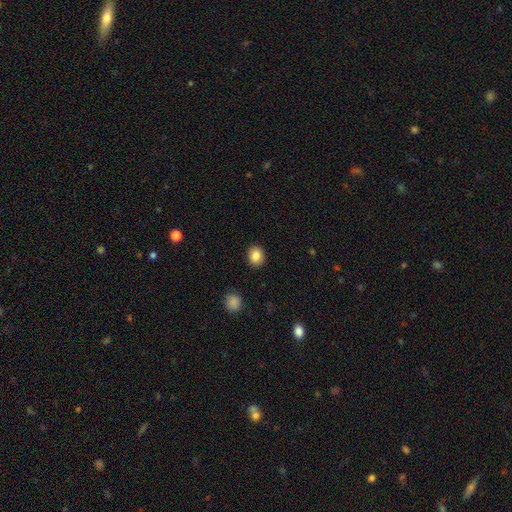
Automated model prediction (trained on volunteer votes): This is clearly a smooth galaxy (86%). How rounded: possibly round (58%). Merging: clearly none (90%).